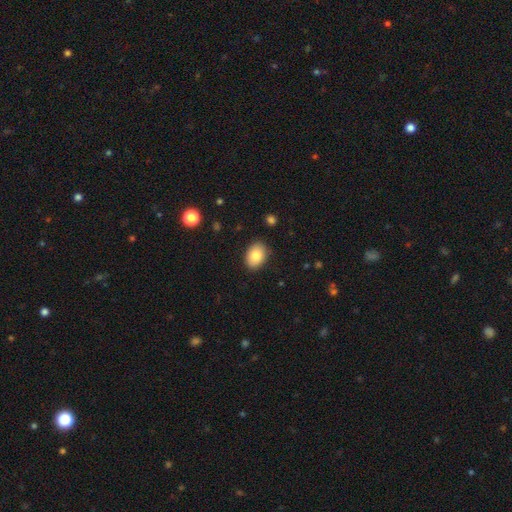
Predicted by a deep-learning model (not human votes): Smooth or featured?
  - smooth: 82% *
  - featured or disk: 10%
  - star or artifact: 8%
How rounded?
  - in between: 77% *
  - round: 22%
  - cigar-shaped: 1%
Merging?
  - none: 86% *
  - minor disturbance: 10%
  - major disturbance: 2%
  - merger: 1%